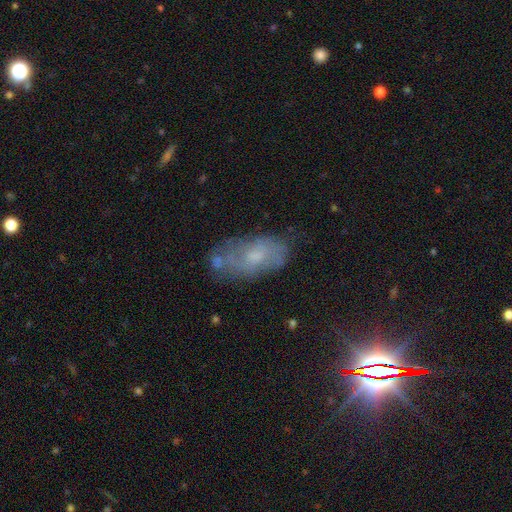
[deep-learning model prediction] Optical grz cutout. It shows a featured or disk galaxy (45%). Merging: none (56%).